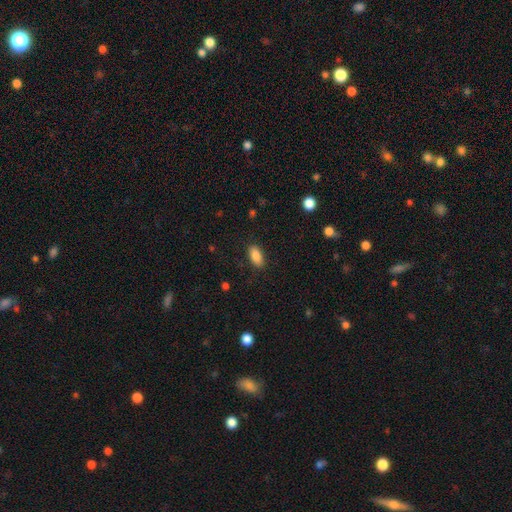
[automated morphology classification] smooth-or-featured: smooth: 88% | star or artifact: 8% | featured or disk: 4%
  how-rounded: in between: 90% | cigar-shaped: 7% | round: 3%
  merging: none: 87% | minor disturbance: 9% | major disturbance: 3% | merger: 1%